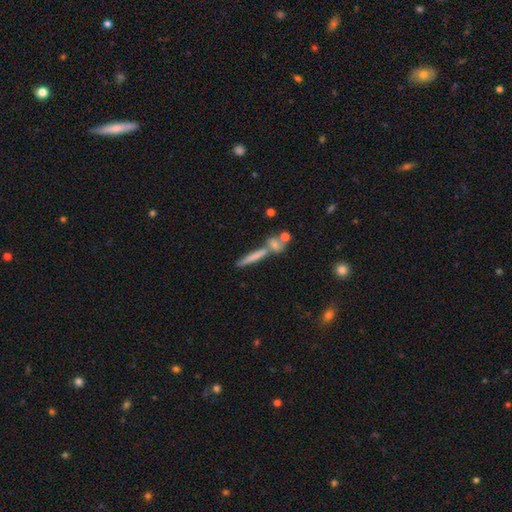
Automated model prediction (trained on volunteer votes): The model was most divided on "smooth or featured": smooth: 49%, featured or disk: 38%, star or artifact: 12%. More confident: merging — none (60%).